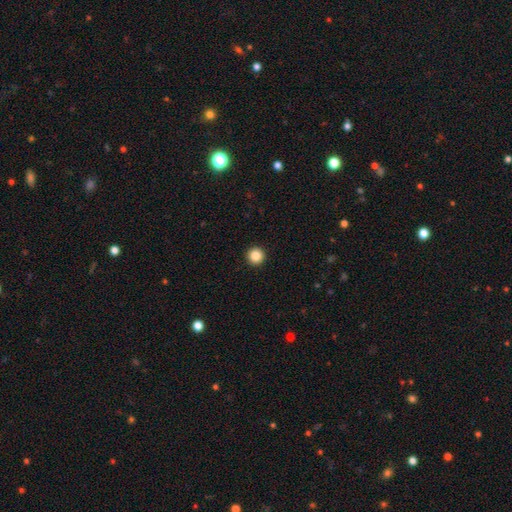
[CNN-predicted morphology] The model was most divided on "smooth or featured": smooth: 86%, star or artifact: 11%, featured or disk: 4%. More confident: how rounded — round (96%); merging — none (94%).